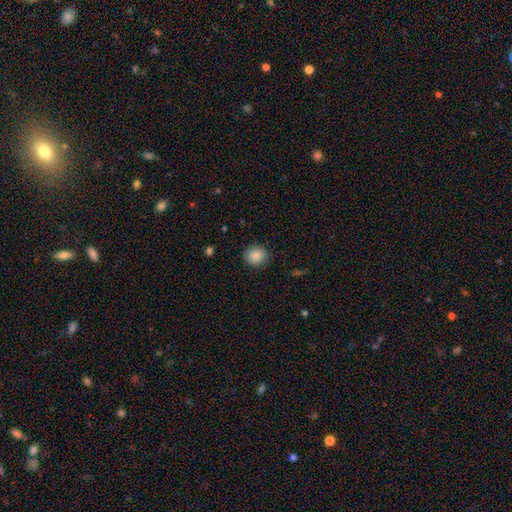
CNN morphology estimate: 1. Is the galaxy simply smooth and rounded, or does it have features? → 88% smooth, 8% star or artifact, 4% featured or disk.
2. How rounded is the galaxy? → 77% round, 23% in between, 1% cigar-shaped.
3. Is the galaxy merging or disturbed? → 89% none, 8% minor disturbance, 2% major disturbance, 1% merger.